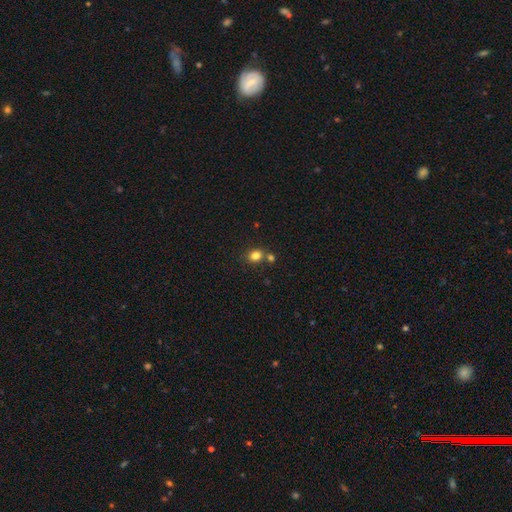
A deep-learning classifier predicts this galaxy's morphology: smooth-or-featured: smooth: 81% | star or artifact: 13% | featured or disk: 6%
  how-rounded: round: 59% | in between: 40% | cigar-shaped: 1%
  merging: none: 66% | merger: 21% | minor disturbance: 10% | major disturbance: 3%